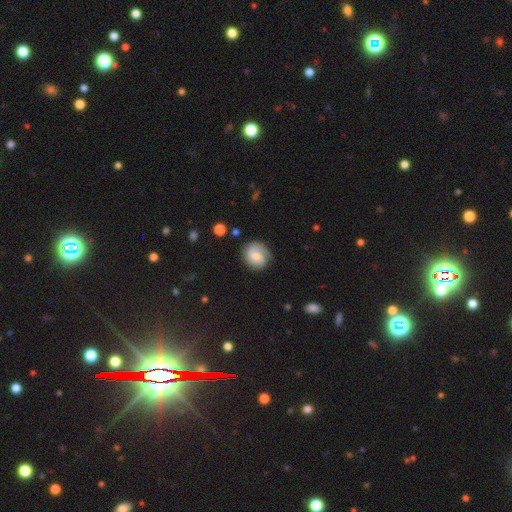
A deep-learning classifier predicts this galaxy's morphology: Overall: featured or disk (62%; smooth 30%). Edge-on disk: no (97%). Bar: no (50%; weak 42%). Spiral arms: yes (90%). Spiral arm count: 2 (45%; 1 34%). Spiral winding: tight (44%; medium 37%). Bulge size: small (45%; moderate 44%). Merging: none (68%).